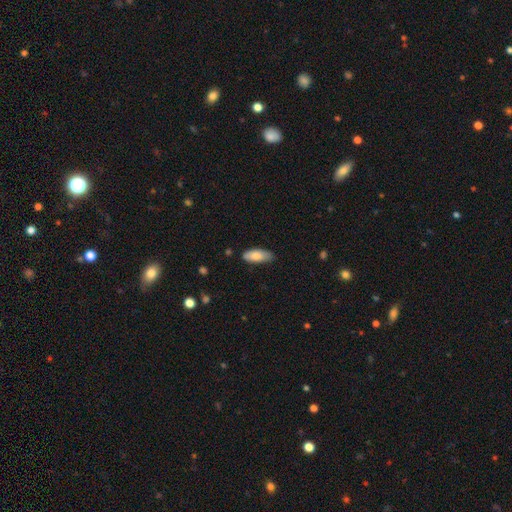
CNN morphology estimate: Smooth or featured? smooth (80%)
How rounded? in between (79%)
Merging? none (78%)